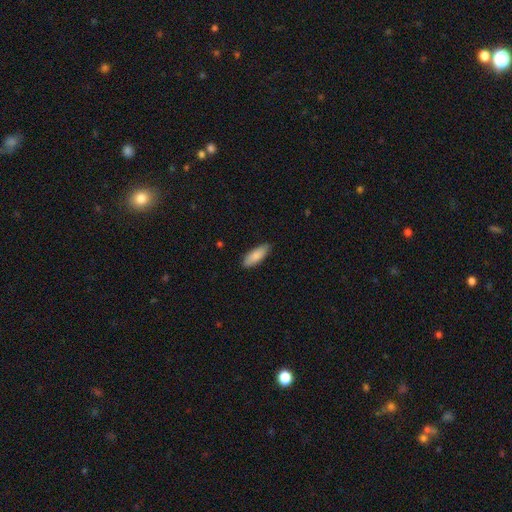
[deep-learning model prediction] Overall: smooth (86%). How rounded: in between (62%; cigar-shaped 37%). Merging: none (86%).